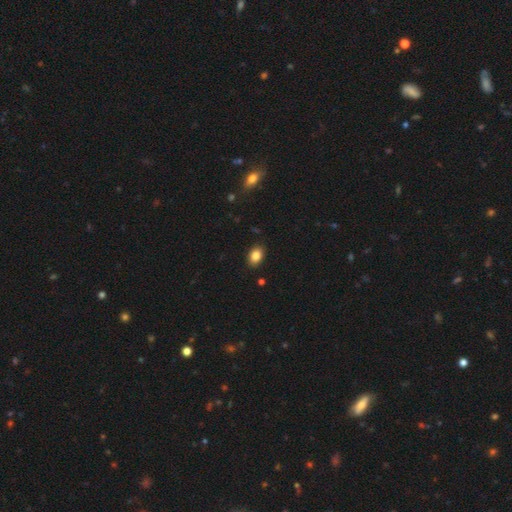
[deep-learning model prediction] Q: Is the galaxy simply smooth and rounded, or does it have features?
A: smooth — 85%.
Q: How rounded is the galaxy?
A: in between — 81%.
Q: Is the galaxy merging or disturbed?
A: none — 88%.